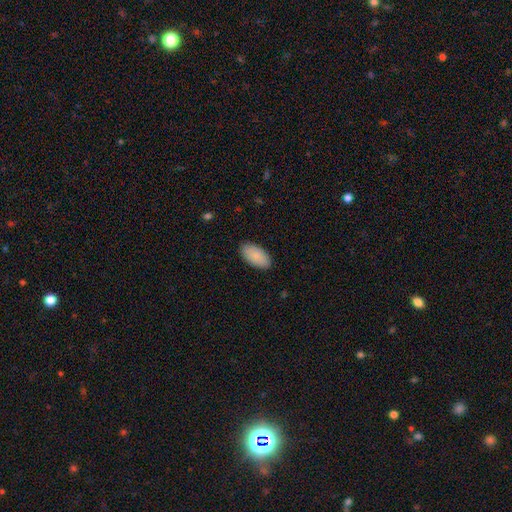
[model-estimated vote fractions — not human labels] Q: Smooth or featured?
A: smooth (89%); runner-up: star or artifact (6%)
Q: How rounded?
A: in between (95%); runner-up: cigar-shaped (2%)
Q: Merging?
A: none (88%); runner-up: minor disturbance (9%)